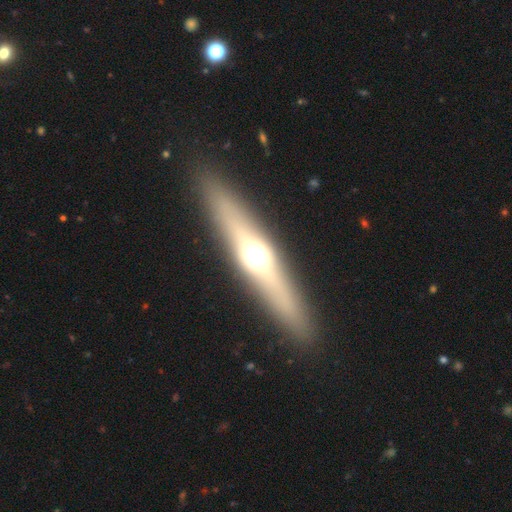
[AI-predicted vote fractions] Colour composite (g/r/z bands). It shows a featured or disk galaxy (63%) viewed edge-on (92%) with a rounded central bulge (94%). Merging: none (90%).